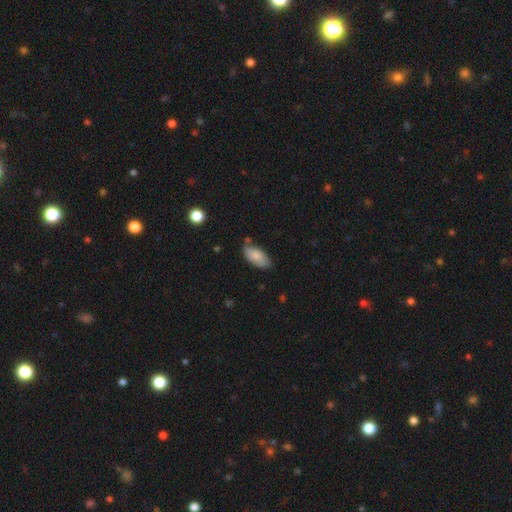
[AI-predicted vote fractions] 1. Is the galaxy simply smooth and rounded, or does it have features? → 82% smooth, 11% featured or disk, 7% star or artifact.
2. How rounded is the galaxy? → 91% in between, 7% cigar-shaped, 2% round.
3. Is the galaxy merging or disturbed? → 66% none, 25% minor disturbance, 5% merger, 4% major disturbance.